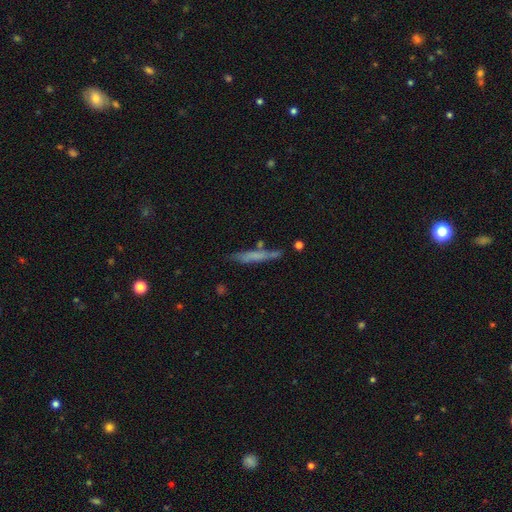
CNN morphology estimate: A smooth galaxy with no disk features (52%) that is cigar-shaped (93%).

Vote fractions:
- Smooth or featured? smooth: 52% / featured or disk: 40% / star or artifact: 8%
- How rounded? cigar-shaped: 93% / in between: 5% / round: 2%
- Merging? none: 73% / minor disturbance: 16% / merger: 7% / major disturbance: 4%